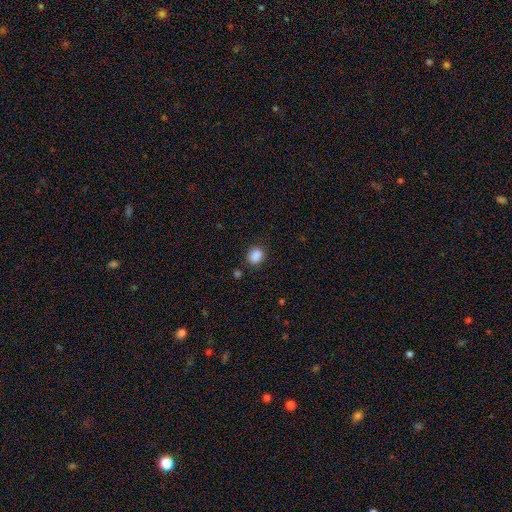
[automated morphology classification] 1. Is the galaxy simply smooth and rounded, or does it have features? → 87% smooth, 10% star or artifact, 3% featured or disk.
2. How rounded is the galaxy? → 62% round, 37% in between, 1% cigar-shaped.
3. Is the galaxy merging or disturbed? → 83% none, 11% minor disturbance, 3% major disturbance, 3% merger.